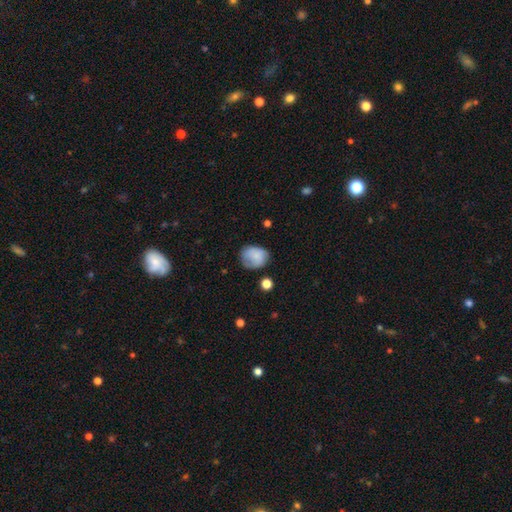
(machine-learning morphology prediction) Smooth or featured: smooth — 78% (featured or disk — 14%)
How rounded: round — 59% (in between — 40%)
Merging: none — 52% (minor disturbance — 33%)